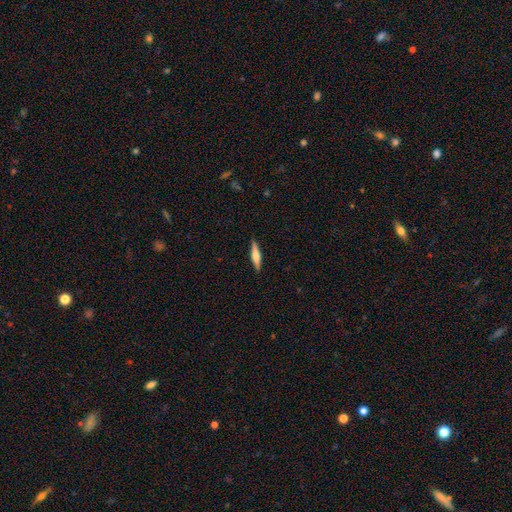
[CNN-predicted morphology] Smooth or featured?
  - smooth: 51% *
  - featured or disk: 43%
  - star or artifact: 6%
How rounded?
  - cigar-shaped: 83% *
  - in between: 15%
  - round: 2%
Merging?
  - none: 90% *
  - minor disturbance: 8%
  - major disturbance: 2%
  - merger: 1%